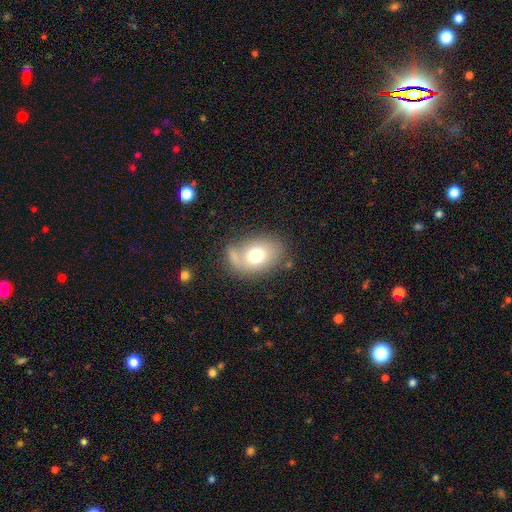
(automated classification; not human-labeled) smooth 69%, featured or disk 21%, star or artifact 10%. Down the decision tree: how rounded — in between (72%); merging — none (57%).